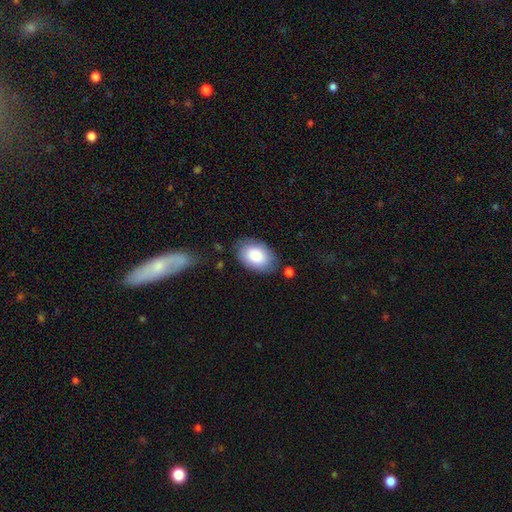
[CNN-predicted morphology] smooth 84%, featured or disk 10%, star or artifact 6%. Down the decision tree: how rounded — in between (89%); merging — none (77%).